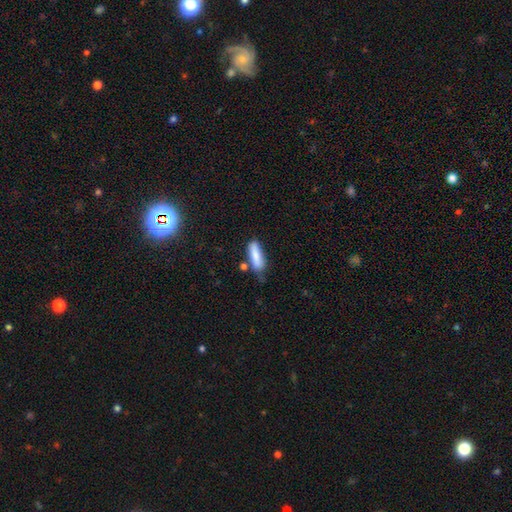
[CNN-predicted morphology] This is clearly a smooth galaxy (83%). How rounded: possibly cigar-shaped (53%). Merging: likely none (63%).